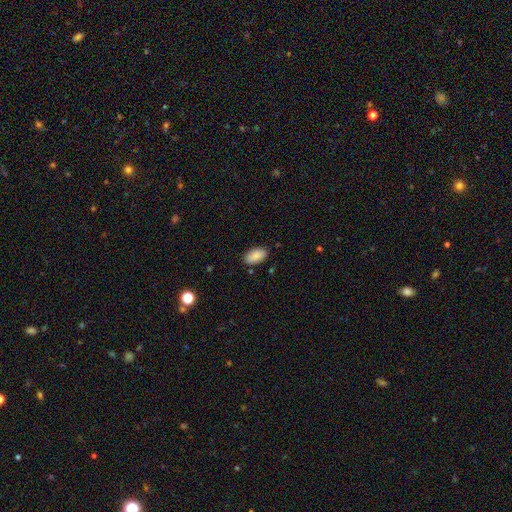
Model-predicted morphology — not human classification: smooth 87%, star or artifact 7%, featured or disk 6%. Down the decision tree: how rounded — in between (95%); merging — none (85%).